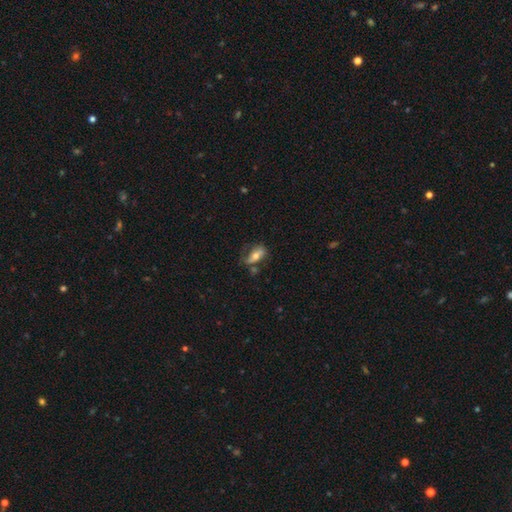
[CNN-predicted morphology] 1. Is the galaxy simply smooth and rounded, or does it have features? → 53% smooth, 39% featured or disk, 8% star or artifact.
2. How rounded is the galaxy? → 84% in between, 9% cigar-shaped, 7% round.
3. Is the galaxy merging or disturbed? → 46% none, 27% minor disturbance, 18% major disturbance, 9% merger.